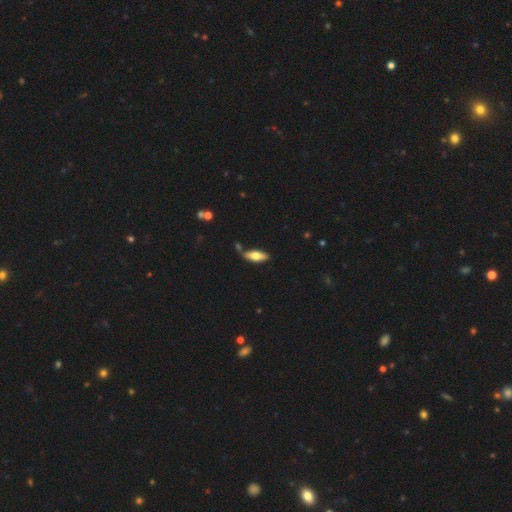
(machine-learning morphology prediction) This is likely a smooth galaxy (64%). How rounded: likely in between (71%). Merging: likely none (69%).